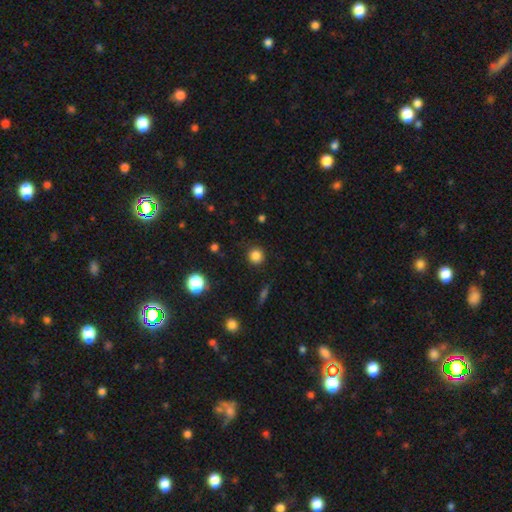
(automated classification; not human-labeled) Smooth or featured?
  - smooth: 84% *
  - star or artifact: 12%
  - featured or disk: 4%
How rounded?
  - round: 93% *
  - in between: 6%
  - cigar-shaped: 1%
Merging?
  - none: 90% *
  - minor disturbance: 6%
  - major disturbance: 2%
  - merger: 1%